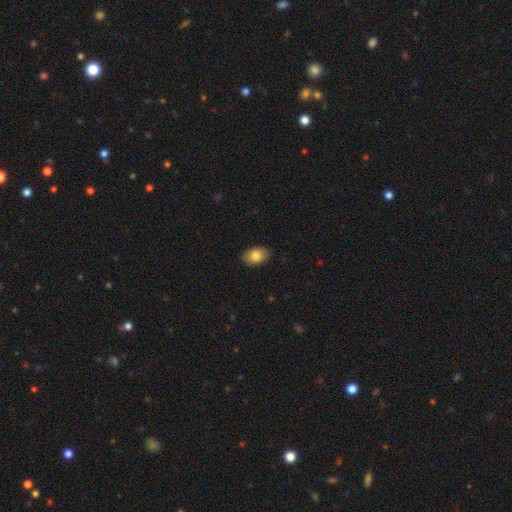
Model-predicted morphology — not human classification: type=smooth (84%); roundness=in between (86%); merging=none (86%).